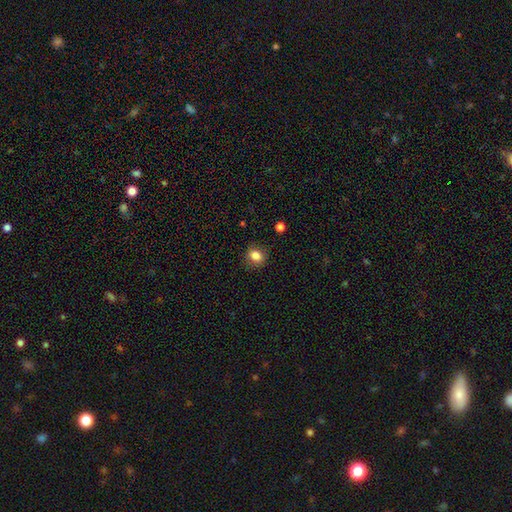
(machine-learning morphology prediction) smooth_or_featured: smooth (p=0.83) [alt: star or artifact p=0.11]
how_rounded: round (p=0.70) [alt: in between p=0.29]
merging: none (p=0.85) [alt: minor disturbance p=0.11]